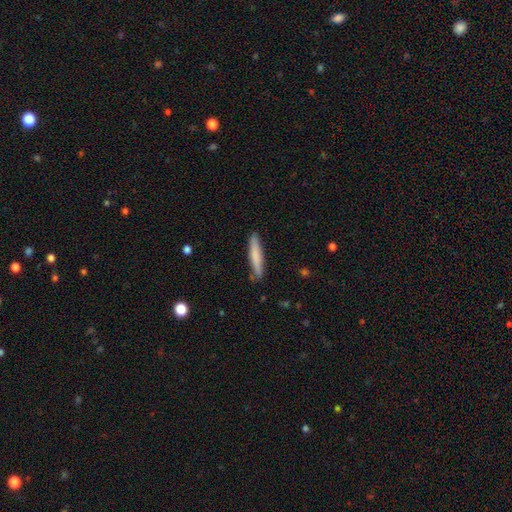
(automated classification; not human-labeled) Smooth or featured? Predicted: smooth (p=0.75). How rounded? Predicted: cigar-shaped (p=0.92). Merging? Predicted: none (p=0.87).